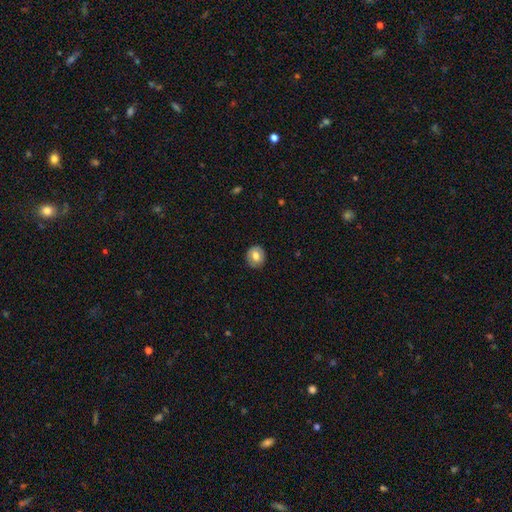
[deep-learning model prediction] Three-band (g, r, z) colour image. It shows a smooth galaxy with no disk features (72%) that is round (84%). Merging: none (89%).